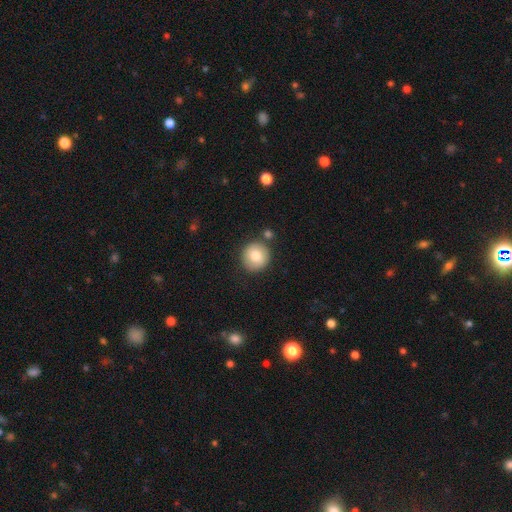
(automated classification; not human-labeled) A smooth galaxy with no disk features (79%) that is round (93%).

Vote fractions:
- Smooth or featured? smooth: 79% / featured or disk: 12% / star or artifact: 8%
- How rounded? round: 93% / in between: 6% / cigar-shaped: 1%
- Merging? none: 82% / minor disturbance: 9% / merger: 6% / major disturbance: 3%